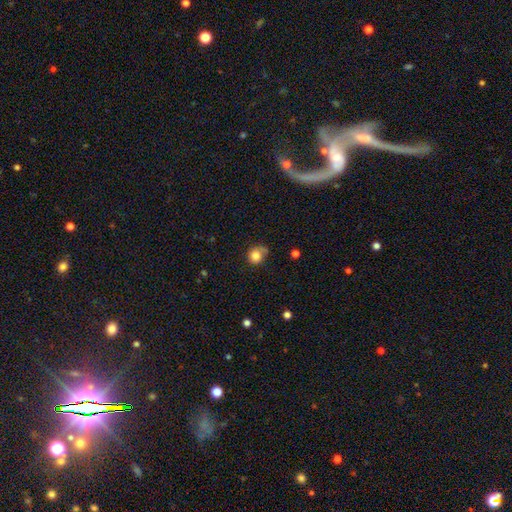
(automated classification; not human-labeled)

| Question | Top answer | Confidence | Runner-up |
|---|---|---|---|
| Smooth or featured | smooth | 82% | star or artifact (10%) |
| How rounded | round | 75% | in between (24%) |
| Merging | none | 53% | minor disturbance (31%) |